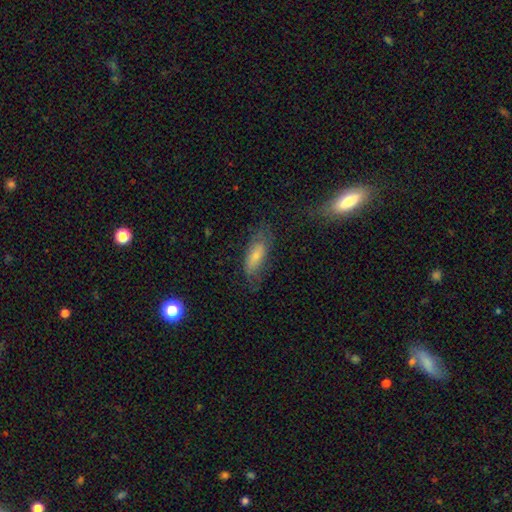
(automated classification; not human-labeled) Smooth or featured?
  - smooth: 60% *
  - featured or disk: 31%
  - star or artifact: 9%
How rounded?
  - in between: 65% *
  - cigar-shaped: 32%
  - round: 3%
Merging?
  - none: 66% *
  - minor disturbance: 23%
  - major disturbance: 9%
  - merger: 2%